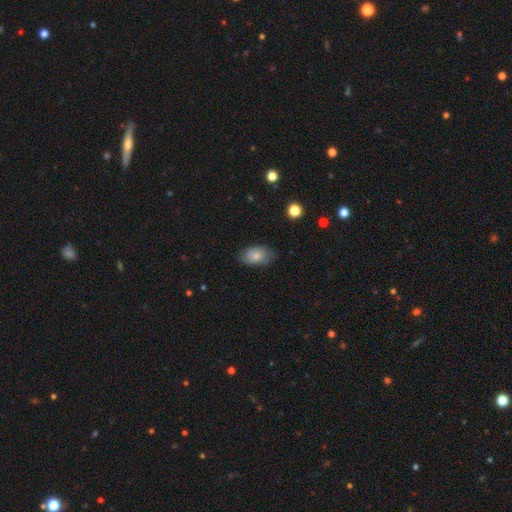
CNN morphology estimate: Smooth or featured? smooth (69%)
How rounded? in between (90%)
Merging? none (72%)